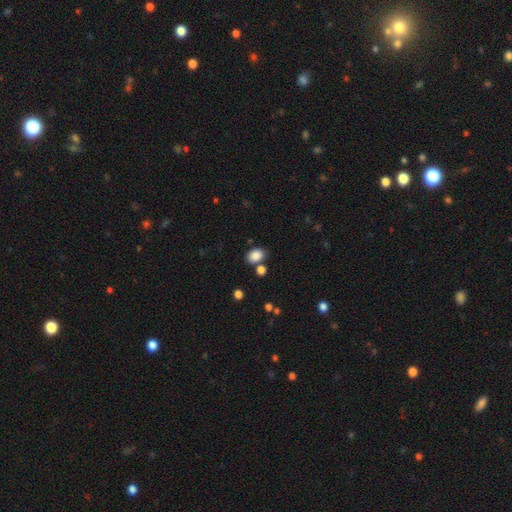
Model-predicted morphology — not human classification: Q: Smooth or featured?
A: smooth (86%); runner-up: star or artifact (9%)
Q: How rounded?
A: in between (71%); runner-up: round (28%)
Q: Merging?
A: none (71%); runner-up: minor disturbance (13%)